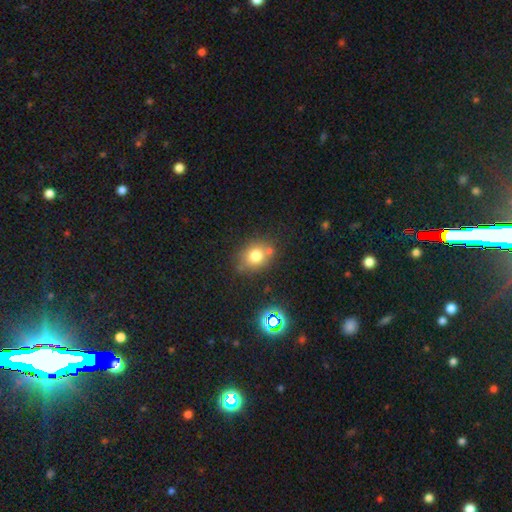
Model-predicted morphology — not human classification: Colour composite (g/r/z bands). It shows a smooth galaxy with no disk features (75%) that is round (60%). Merging: none (68%).